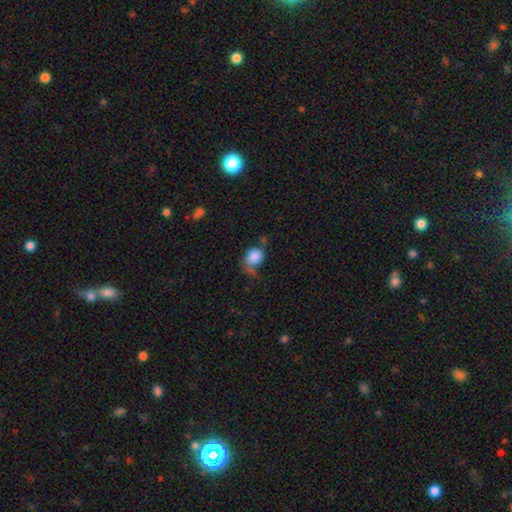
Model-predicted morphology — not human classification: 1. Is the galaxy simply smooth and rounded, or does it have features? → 77% smooth, 14% featured or disk, 9% star or artifact.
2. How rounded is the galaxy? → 55% round, 43% in between, 1% cigar-shaped.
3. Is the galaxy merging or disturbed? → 36% none, 27% major disturbance, 27% minor disturbance, 10% merger.